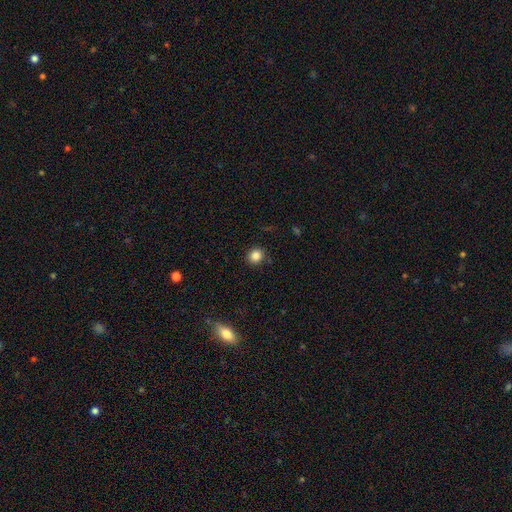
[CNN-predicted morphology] Overall: smooth (84%). How rounded: round (87%). Merging: none (90%).